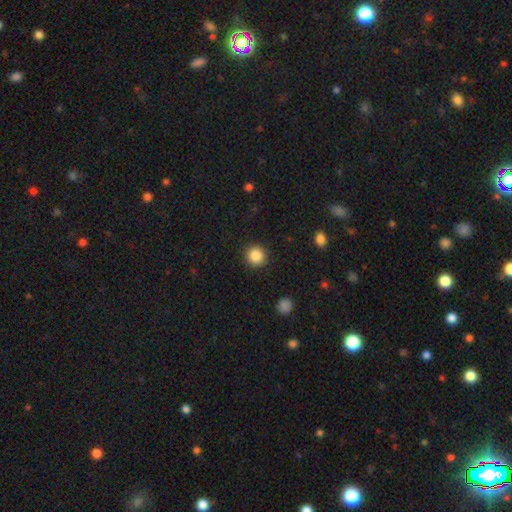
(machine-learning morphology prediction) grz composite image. It shows a smooth galaxy with no disk features (86%) that is round (95%). Merging: none (92%).